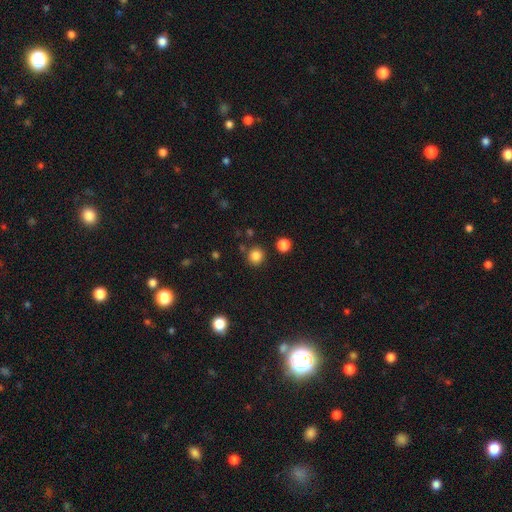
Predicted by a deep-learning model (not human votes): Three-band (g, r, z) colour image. It shows a smooth galaxy with no disk features (84%) that is round (92%). Merging: none (86%).